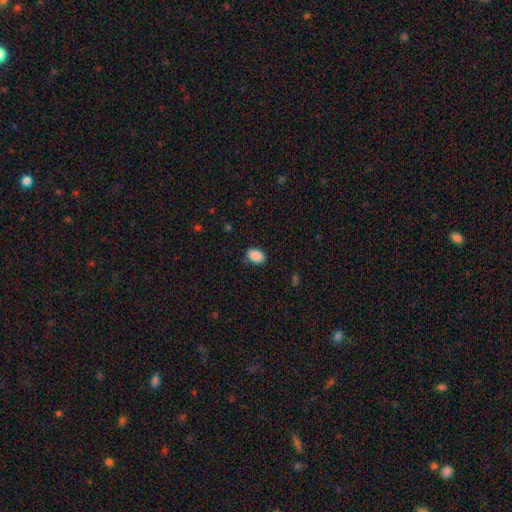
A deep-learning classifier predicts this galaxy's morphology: smooth-or-featured: smooth: 89% | star or artifact: 8% | featured or disk: 3%
  how-rounded: in between: 86% | round: 13% | cigar-shaped: 1%
  merging: none: 83% | minor disturbance: 13% | major disturbance: 3% | merger: 1%